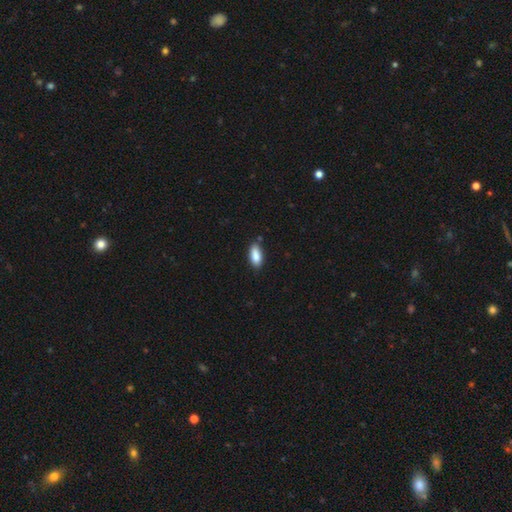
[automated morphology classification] Smooth or featured? Predicted: smooth (p=0.88). How rounded? Predicted: in between (p=0.89). Merging? Predicted: none (p=0.81).